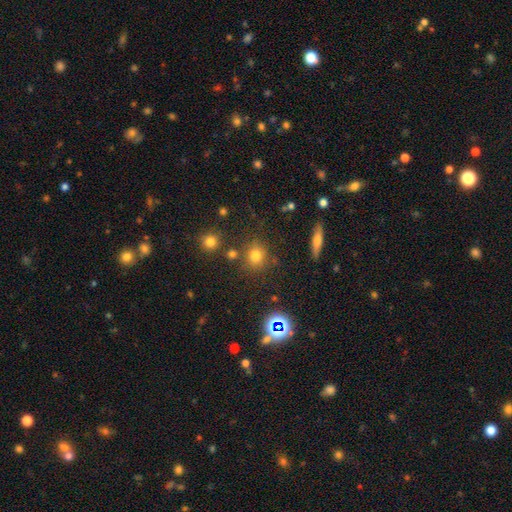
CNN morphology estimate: Q: Smooth or featured?
A: smooth (70%); runner-up: star or artifact (21%)
Q: How rounded?
A: round (84%); runner-up: in between (14%)
Q: Merging?
A: none (79%); runner-up: minor disturbance (10%)